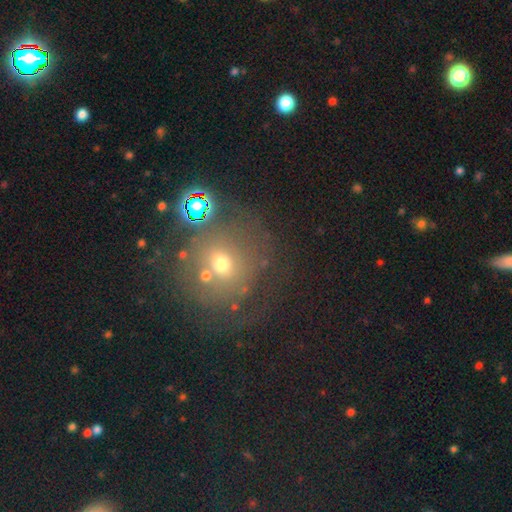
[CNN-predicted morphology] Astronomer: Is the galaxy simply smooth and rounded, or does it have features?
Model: star or artifact — 43%, tied with smooth at 43%.